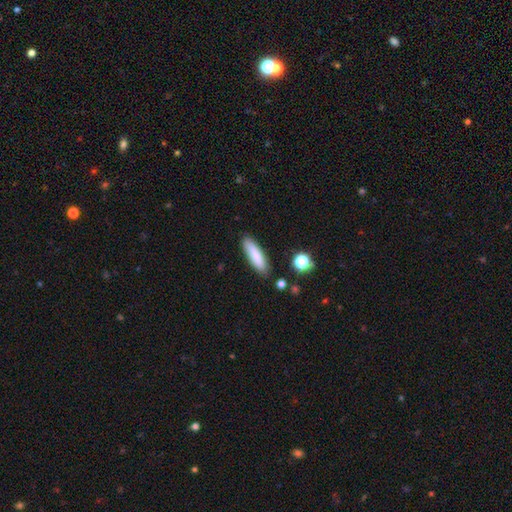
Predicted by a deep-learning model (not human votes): smooth 84%, featured or disk 9%, star or artifact 7%. Down the decision tree: how rounded — cigar-shaped (62%); merging — none (85%).